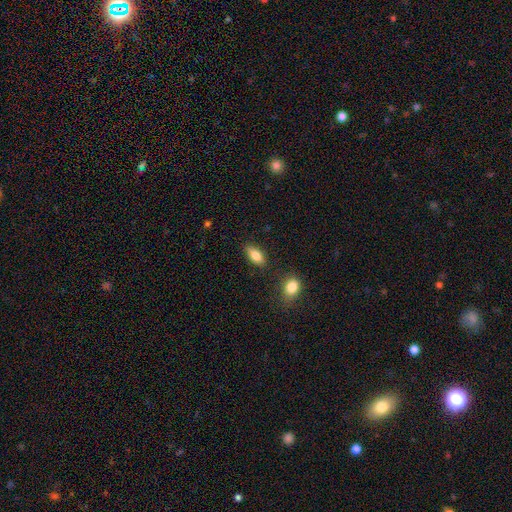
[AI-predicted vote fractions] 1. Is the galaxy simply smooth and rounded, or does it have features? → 79% smooth, 13% featured or disk, 7% star or artifact.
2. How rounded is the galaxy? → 84% in between, 12% cigar-shaped, 4% round.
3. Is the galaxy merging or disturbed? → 81% none, 12% minor disturbance, 4% merger, 3% major disturbance.